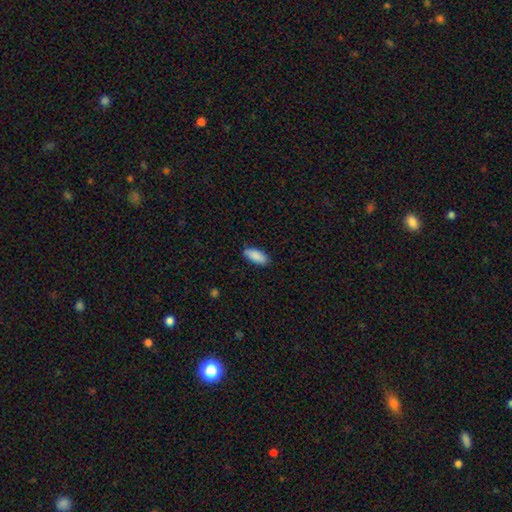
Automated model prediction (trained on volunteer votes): This is clearly a smooth galaxy (90%). How rounded: clearly in between (85%). Merging: clearly none (86%).